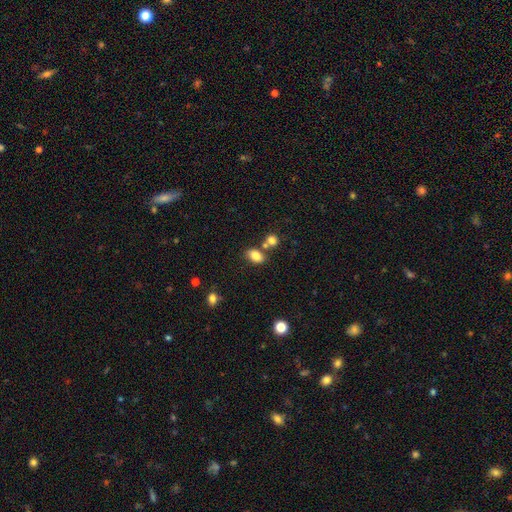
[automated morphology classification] smooth-or-featured: smooth: 82% | star or artifact: 10% | featured or disk: 8%
  how-rounded: in between: 82% | round: 16% | cigar-shaped: 2%
  merging: none: 62% | merger: 22% | minor disturbance: 12% | major disturbance: 4%